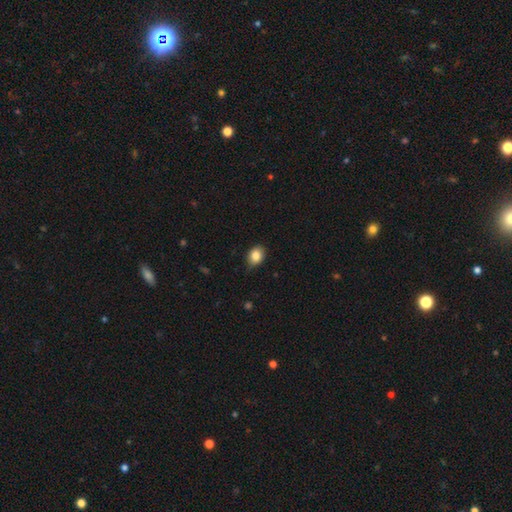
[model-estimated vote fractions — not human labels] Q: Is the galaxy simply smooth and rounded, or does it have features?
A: smooth — 86%.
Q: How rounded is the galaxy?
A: in between — 63%.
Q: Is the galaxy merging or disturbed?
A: none — 78%.